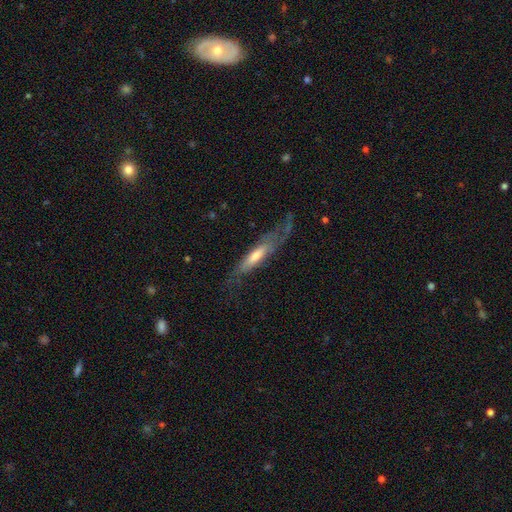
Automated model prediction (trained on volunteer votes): smooth_or_featured: featured or disk (p=0.63) [alt: smooth p=0.29]
disk_edge_on: yes (p=0.58) [alt: no p=0.42]
merging: none (p=0.52) [alt: minor disturbance p=0.24]